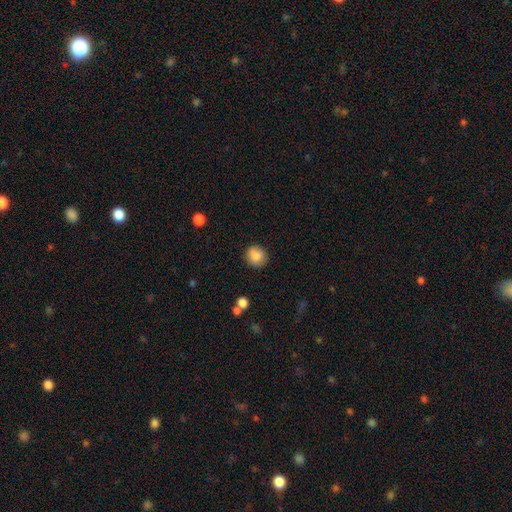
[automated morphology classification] Smooth or featured?
  - smooth: 85% *
  - star or artifact: 9%
  - featured or disk: 7%
How rounded?
  - round: 86% *
  - in between: 13%
  - cigar-shaped: 1%
Merging?
  - none: 86% *
  - minor disturbance: 9%
  - merger: 3%
  - major disturbance: 2%